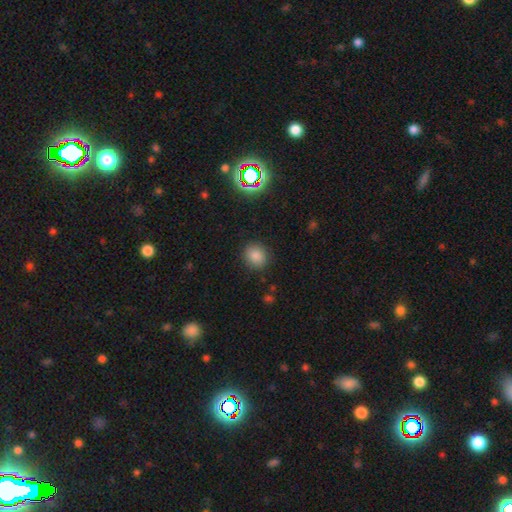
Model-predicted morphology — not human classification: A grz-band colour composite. It shows a smooth galaxy with no disk features (82%) that is round (78%). Merging: none (88%).